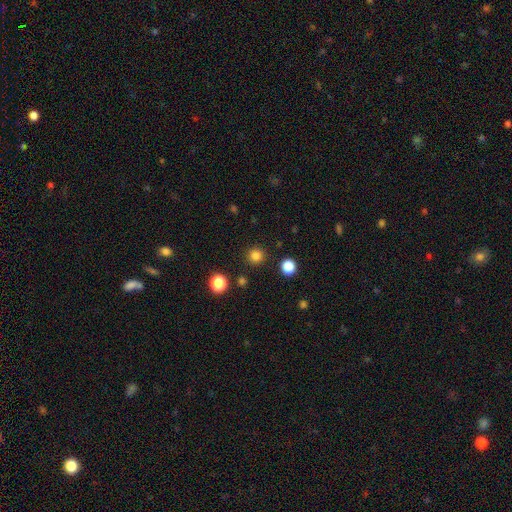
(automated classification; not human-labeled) smooth_or_featured: smooth (p=0.82) [alt: star or artifact p=0.15]
how_rounded: round (p=0.94) [alt: in between p=0.05]
merging: none (p=0.90) [alt: minor disturbance p=0.05]